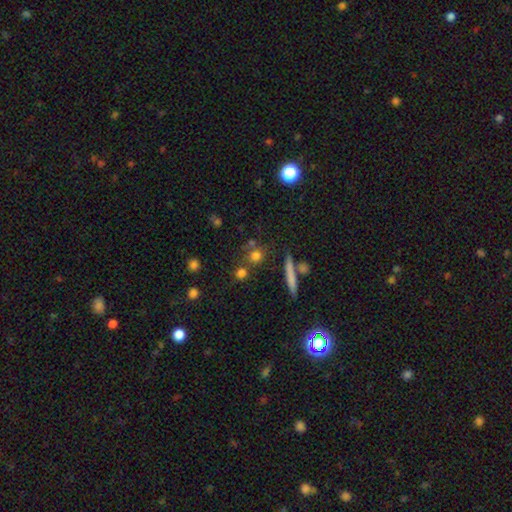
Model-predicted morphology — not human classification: Smooth or featured?
  - smooth: 72% *
  - star or artifact: 15%
  - featured or disk: 13%
How rounded?
  - round: 79% *
  - in between: 11%
  - cigar-shaped: 10%
Merging?
  - none: 70% *
  - merger: 16%
  - minor disturbance: 10%
  - major disturbance: 4%